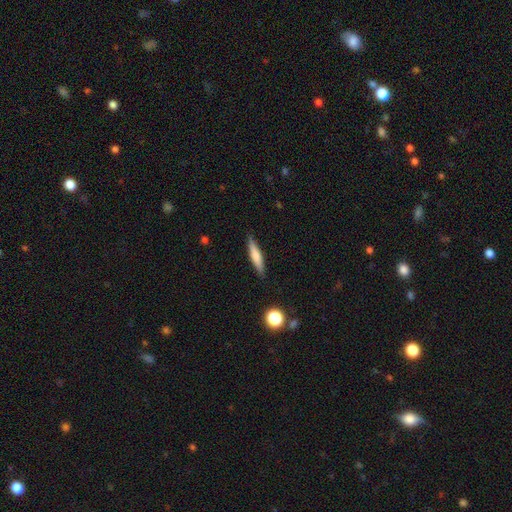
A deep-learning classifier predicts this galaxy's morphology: Smooth or featured? Predicted: smooth (p=0.59). How rounded? Predicted: cigar-shaped (p=0.87). Merging? Predicted: none (p=0.88).